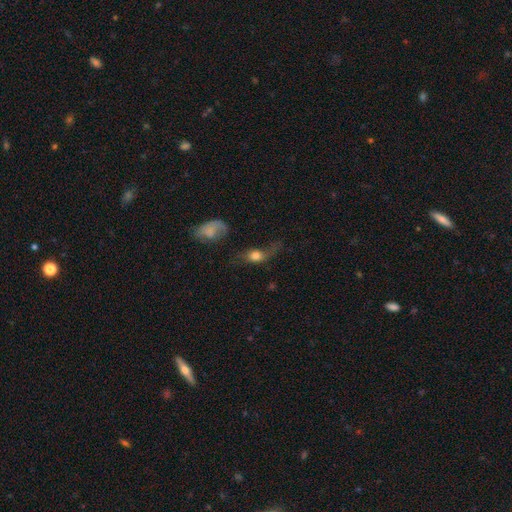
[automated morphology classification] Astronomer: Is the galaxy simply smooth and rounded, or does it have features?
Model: smooth — 56% (runner-up: featured or disk, 33%).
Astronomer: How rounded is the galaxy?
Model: in between — 59%.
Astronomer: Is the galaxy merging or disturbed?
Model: major disturbance — 35% (runner-up: none, 33%).